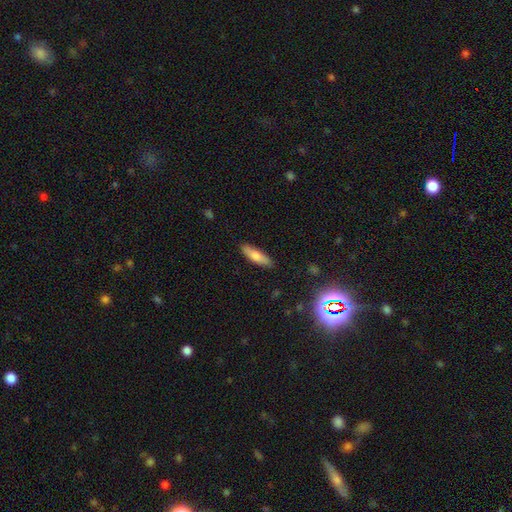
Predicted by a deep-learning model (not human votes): A smooth galaxy with no disk features (72%) that is cigar-shaped (60%). Merging: none (87%).